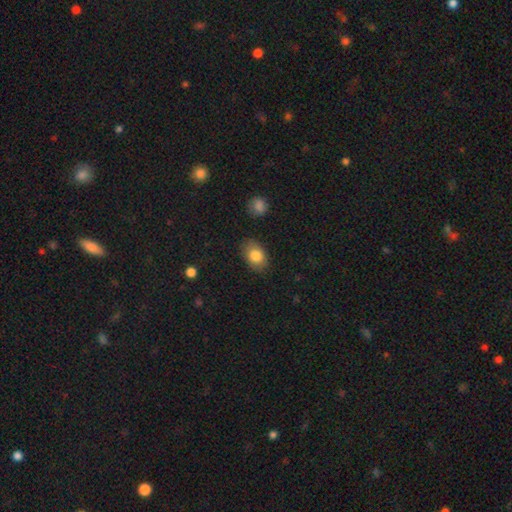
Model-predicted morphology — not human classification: Smooth or featured: smooth — 81% (featured or disk — 11%)
How rounded: in between — 81% (round — 18%)
Merging: none — 83% (minor disturbance — 13%)